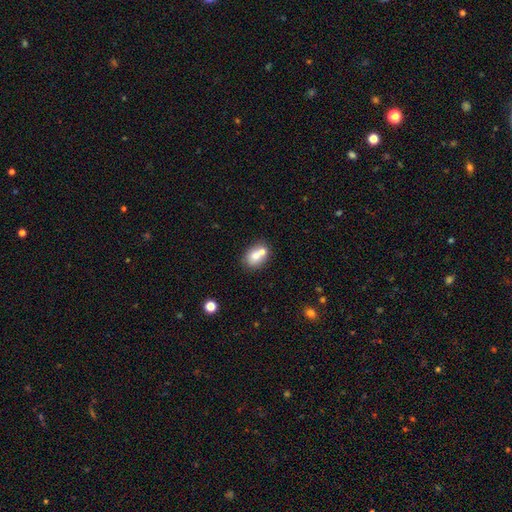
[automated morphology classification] Q: Smooth or featured?
A: smooth (71%); runner-up: featured or disk (20%)
Q: How rounded?
A: in between (59%); runner-up: round (40%)
Q: Merging?
A: merger (48%); runner-up: none (39%)